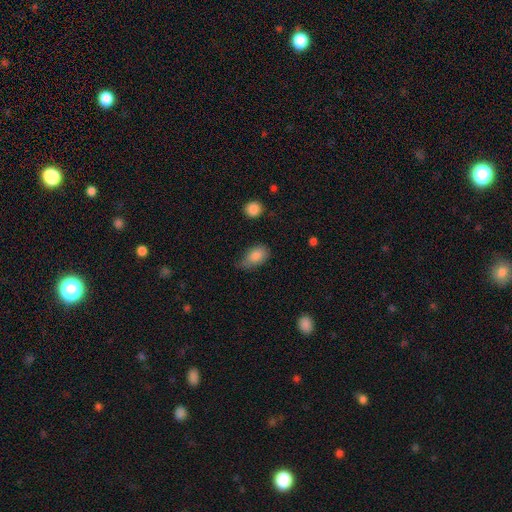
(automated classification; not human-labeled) Q: Smooth or featured?
A: smooth (85%); runner-up: star or artifact (8%)
Q: How rounded?
A: in between (88%); runner-up: round (10%)
Q: Merging?
A: none (47%); runner-up: minor disturbance (40%)